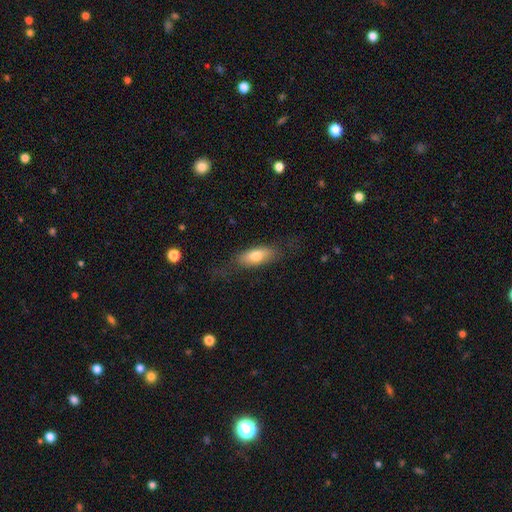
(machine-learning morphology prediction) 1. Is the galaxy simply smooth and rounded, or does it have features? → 73% smooth, 20% featured or disk, 7% star or artifact.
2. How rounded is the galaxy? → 75% in between, 22% cigar-shaped, 3% round.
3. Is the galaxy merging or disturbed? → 69% none, 20% minor disturbance, 10% major disturbance, 1% merger.